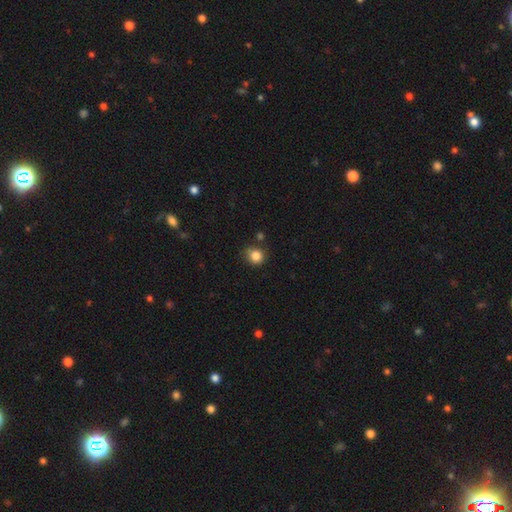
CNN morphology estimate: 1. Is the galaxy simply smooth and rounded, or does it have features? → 84% smooth, 11% star or artifact, 5% featured or disk.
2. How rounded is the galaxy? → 81% round, 18% in between, 1% cigar-shaped.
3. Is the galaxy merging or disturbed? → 75% none, 17% minor disturbance, 4% merger, 4% major disturbance.